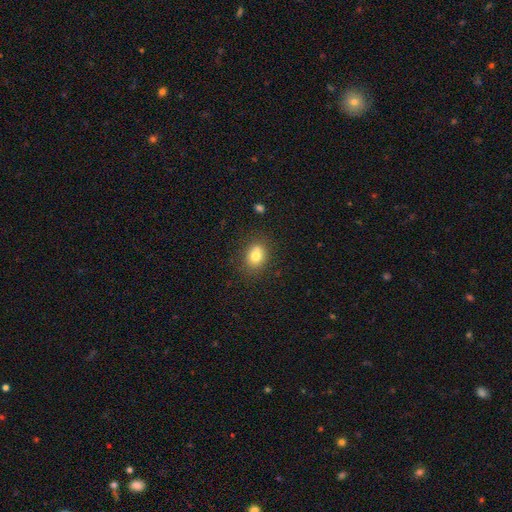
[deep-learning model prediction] smooth 77%, star or artifact 11%, featured or disk 11%. Down the decision tree: how rounded — round (56%); merging — none (73%).